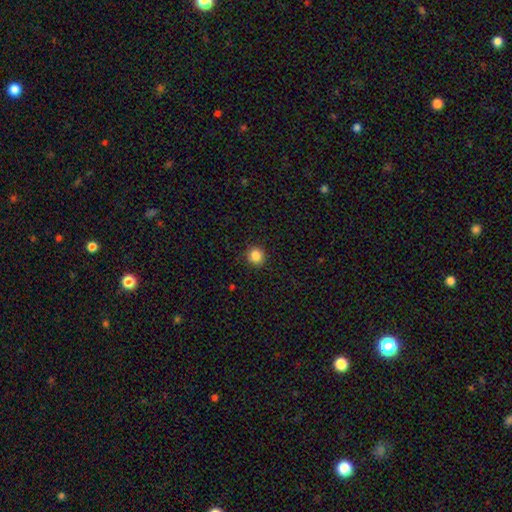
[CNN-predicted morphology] type=smooth (85%); roundness=round (94%); merging=none (91%).